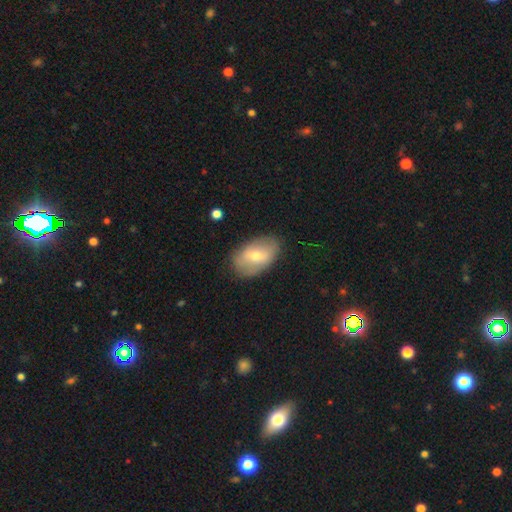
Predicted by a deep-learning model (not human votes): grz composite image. It shows a smooth galaxy with no disk features (58%) that is in between round and cigar-shaped (89%). Merging: none (79%).